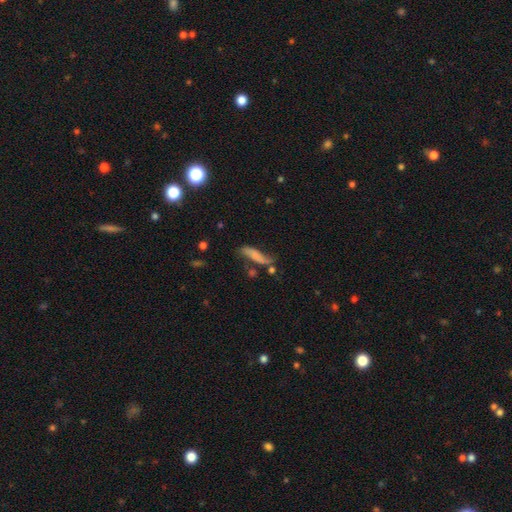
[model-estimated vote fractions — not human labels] A smooth galaxy with no disk features (65%) that is cigar-shaped (67%).

Vote fractions:
- Smooth or featured? smooth: 65% / featured or disk: 26% / star or artifact: 9%
- How rounded? cigar-shaped: 67% / in between: 30% / round: 3%
- Merging? none: 48% / minor disturbance: 26% / major disturbance: 13% / merger: 12%